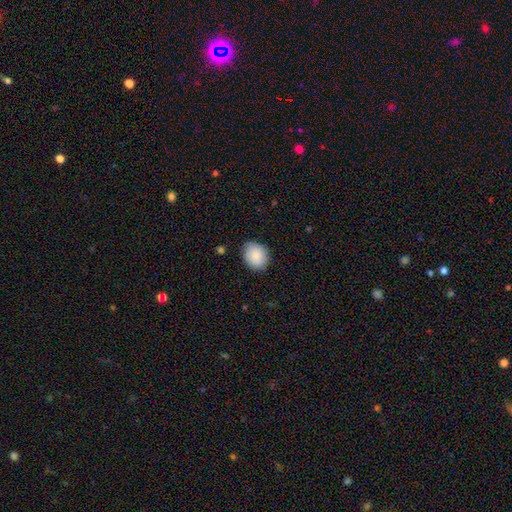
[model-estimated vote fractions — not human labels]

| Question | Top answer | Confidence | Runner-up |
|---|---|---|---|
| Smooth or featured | smooth | 88% | star or artifact (6%) |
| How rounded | round | 64% | in between (35%) |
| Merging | none | 83% | minor disturbance (13%) |